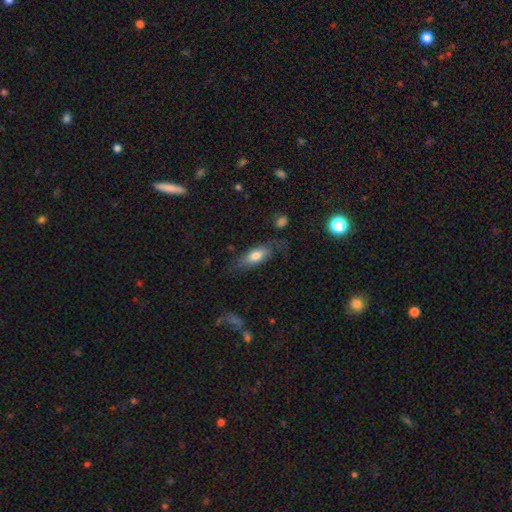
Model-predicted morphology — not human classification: Smooth or featured?
  - smooth: 67% *
  - featured or disk: 27%
  - star or artifact: 7%
How rounded?
  - in between: 73% *
  - cigar-shaped: 24%
  - round: 3%
Merging?
  - none: 59% *
  - minor disturbance: 24%
  - major disturbance: 14%
  - merger: 3%